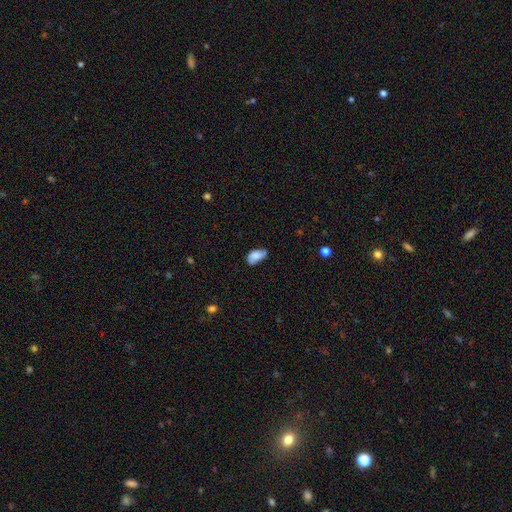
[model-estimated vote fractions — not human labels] Smooth or featured?
  - smooth: 77% *
  - featured or disk: 16%
  - star or artifact: 7%
How rounded?
  - in between: 93% *
  - round: 4%
  - cigar-shaped: 3%
Merging?
  - none: 50% *
  - minor disturbance: 38%
  - major disturbance: 9%
  - merger: 2%